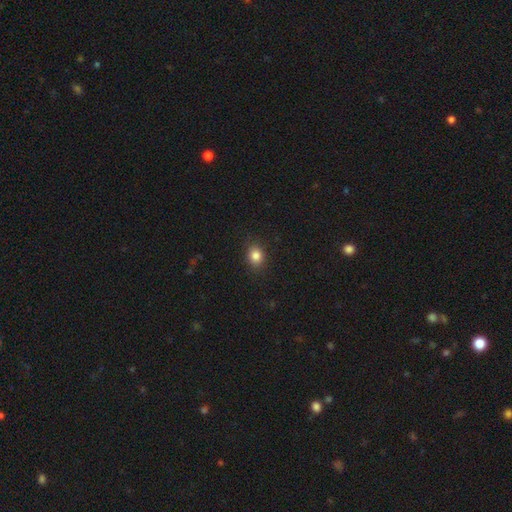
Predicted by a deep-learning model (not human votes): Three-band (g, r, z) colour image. It shows a smooth galaxy with no disk features (84%) that is round (57%). Merging: none (88%).